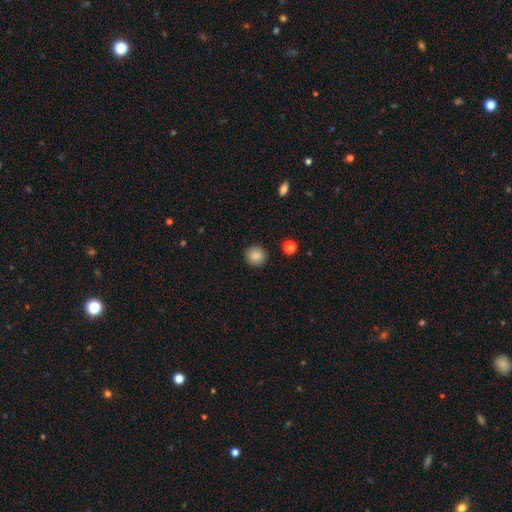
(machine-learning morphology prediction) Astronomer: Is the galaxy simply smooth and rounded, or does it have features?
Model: smooth — 87%.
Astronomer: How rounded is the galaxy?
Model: round — 90%.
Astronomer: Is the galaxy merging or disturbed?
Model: none — 91%.